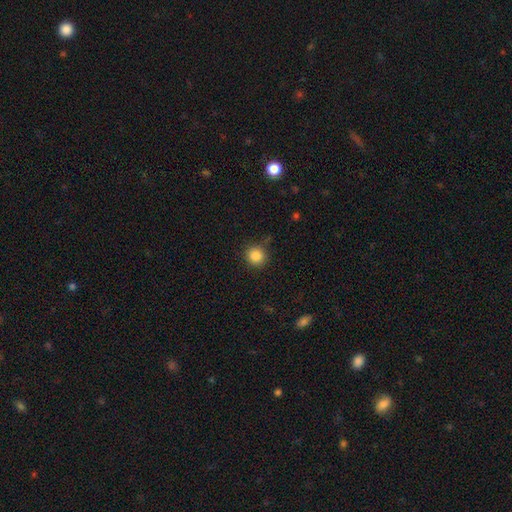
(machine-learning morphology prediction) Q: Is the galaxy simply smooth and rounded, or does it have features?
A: smooth — 85%.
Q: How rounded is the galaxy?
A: round — 91%.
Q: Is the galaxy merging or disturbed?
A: none — 83%.